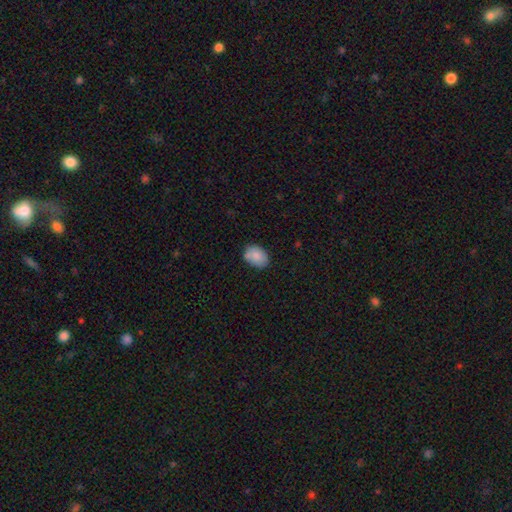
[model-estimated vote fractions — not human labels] smooth-or-featured: smooth: 85% | featured or disk: 8% | star or artifact: 7%
  how-rounded: in between: 78% | round: 21% | cigar-shaped: 1%
  merging: none: 72% | minor disturbance: 19% | merger: 5% | major disturbance: 4%